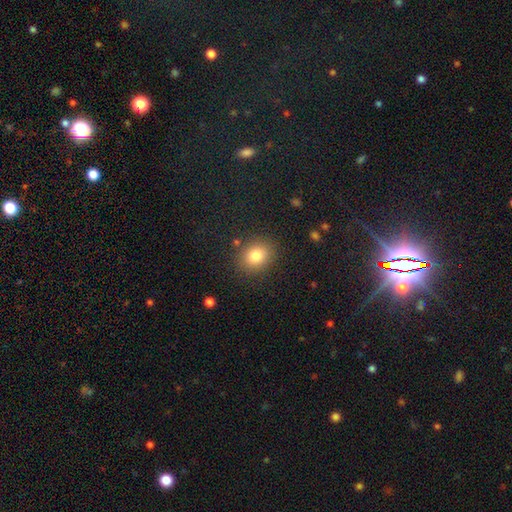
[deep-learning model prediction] smooth 81%, star or artifact 11%, featured or disk 8%. Down the decision tree: how rounded — round (56%); merging — none (86%).